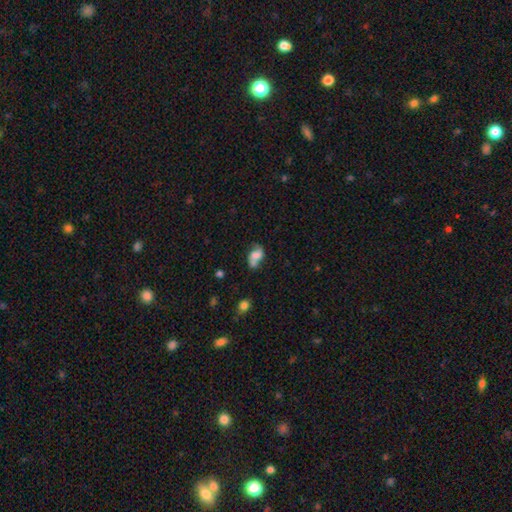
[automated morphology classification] smooth-or-featured: smooth: 47% | featured or disk: 43% | star or artifact: 11%
  merging: none: 36% | merger: 34% | minor disturbance: 19% | major disturbance: 10%